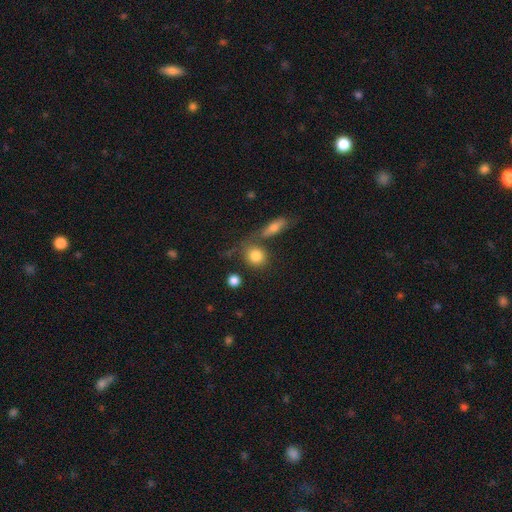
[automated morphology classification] Smooth or featured?
  - smooth: 83% *
  - star or artifact: 9%
  - featured or disk: 8%
How rounded?
  - round: 77% *
  - in between: 21%
  - cigar-shaped: 2%
Merging?
  - none: 64% *
  - merger: 19%
  - minor disturbance: 12%
  - major disturbance: 5%